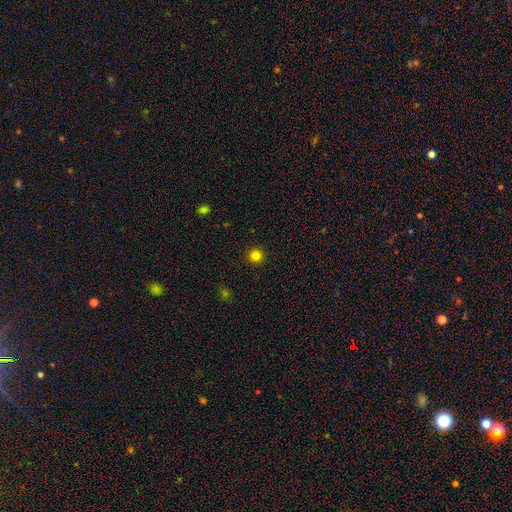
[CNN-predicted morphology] Smooth or featured: smooth — 82% (star or artifact — 14%)
How rounded: round — 96% (in between — 3%)
Merging: none — 93% (minor disturbance — 4%)